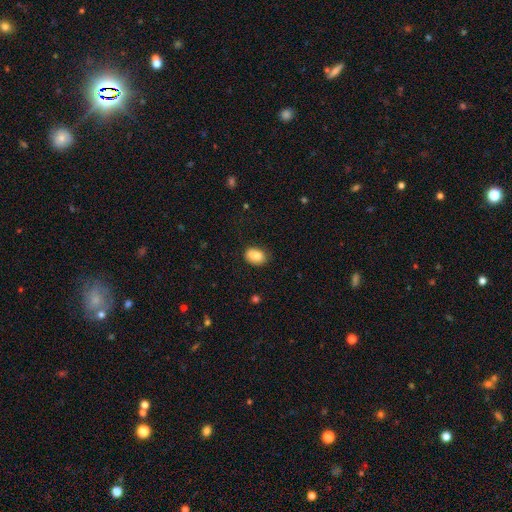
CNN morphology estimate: Smooth or featured? smooth (79%)
How rounded? in between (71%)
Merging? none (69%)